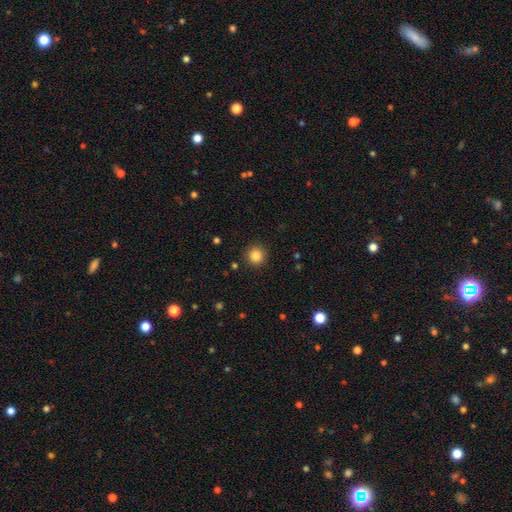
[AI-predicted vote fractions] Morphology: type=smooth (85%); roundness=round (94%); merging=none (91%).